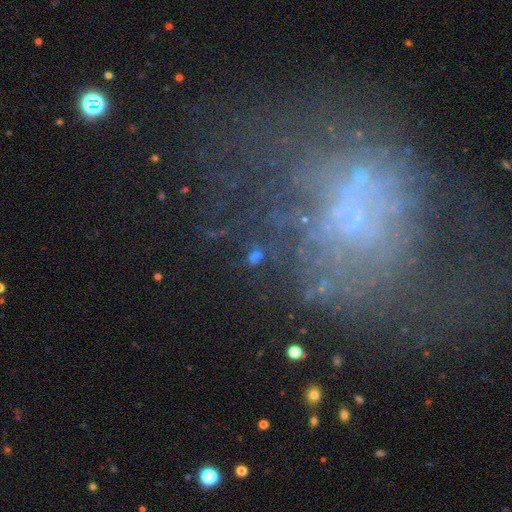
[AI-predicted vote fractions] smooth_or_featured: star or artifact (p=0.38) [alt: featured or disk p=0.35]